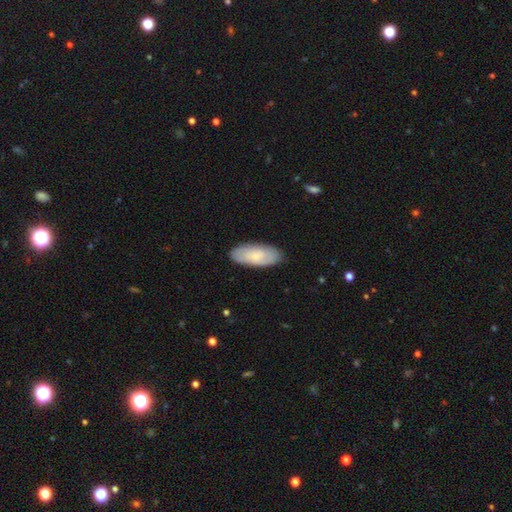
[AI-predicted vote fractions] This is likely a smooth galaxy (62%). How rounded: clearly in between (85%). Merging: clearly none (86%).